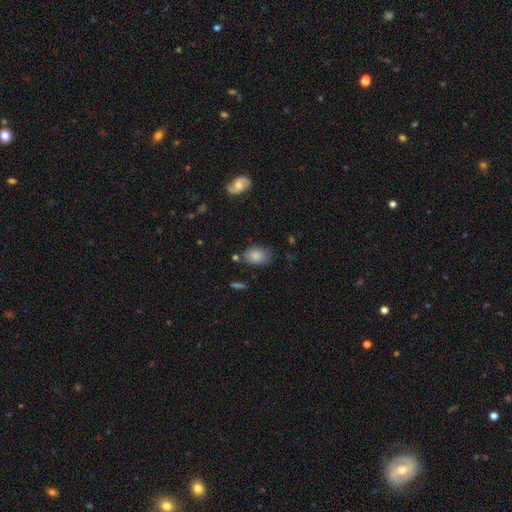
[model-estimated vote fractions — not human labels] Smooth or featured? Predicted: smooth (p=0.83). How rounded? Predicted: in between (p=0.84). Merging? Predicted: none (p=0.66).